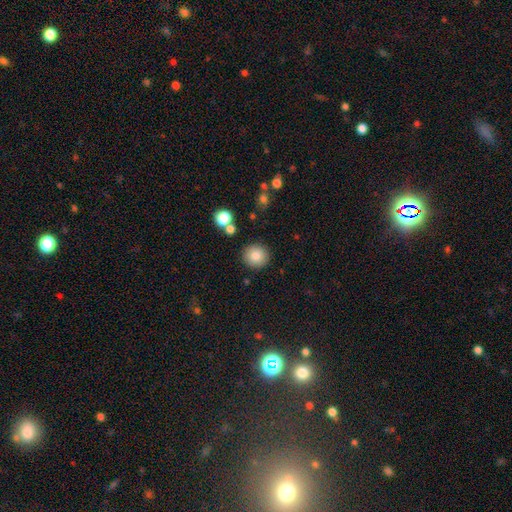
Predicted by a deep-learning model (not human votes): Smooth or featured?
  - smooth: 83% *
  - star or artifact: 10%
  - featured or disk: 7%
How rounded?
  - round: 93% *
  - in between: 6%
  - cigar-shaped: 1%
Merging?
  - none: 88% *
  - minor disturbance: 7%
  - merger: 3%
  - major disturbance: 2%